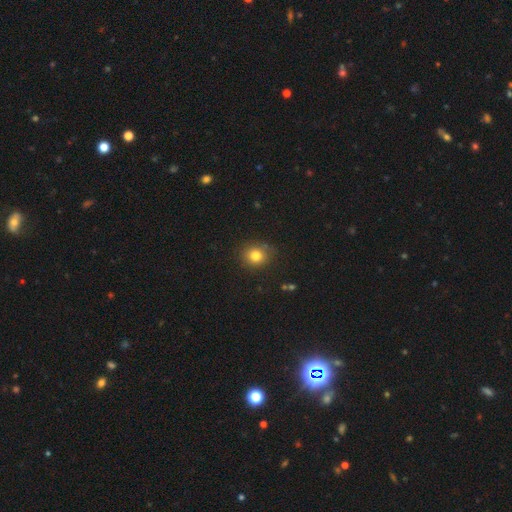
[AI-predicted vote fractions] smooth_or_featured: smooth (p=0.81) [alt: star or artifact p=0.12]
how_rounded: round (p=0.79) [alt: in between p=0.20]
merging: none (p=0.83) [alt: minor disturbance p=0.13]